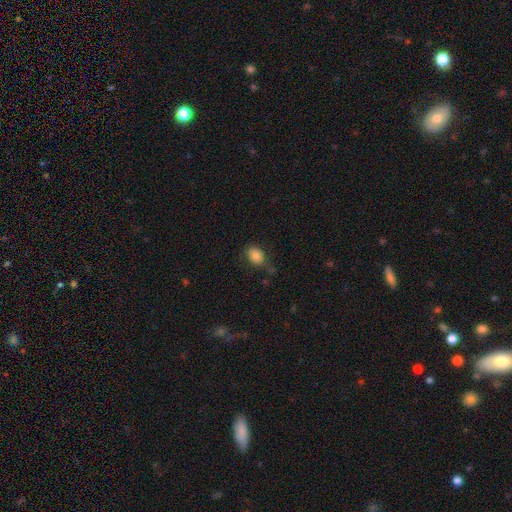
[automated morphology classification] Smooth or featured: smooth — 83% (star or artifact — 10%)
How rounded: in between — 70% (round — 29%)
Merging: none — 73% (minor disturbance — 18%)